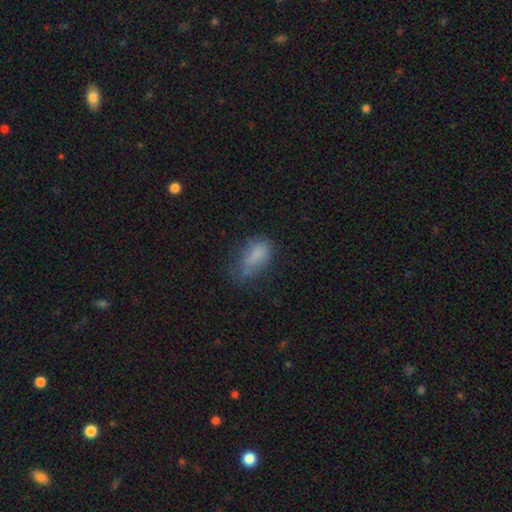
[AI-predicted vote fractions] Overall: smooth (75%). How rounded: in between (87%). Merging: none (39%; minor disturbance 33%).